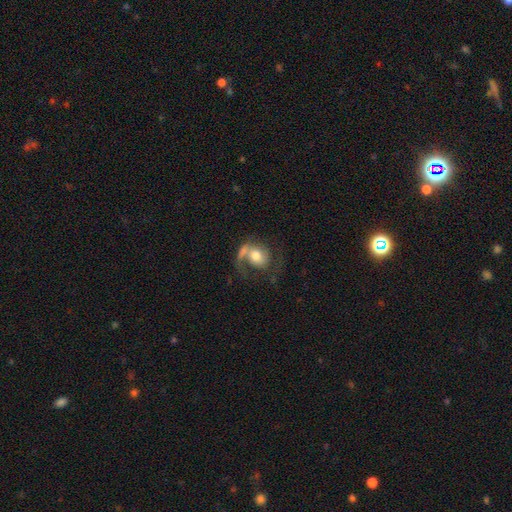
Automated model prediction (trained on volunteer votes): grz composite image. It shows a featured or disk galaxy (49%). Merging: none (32%).